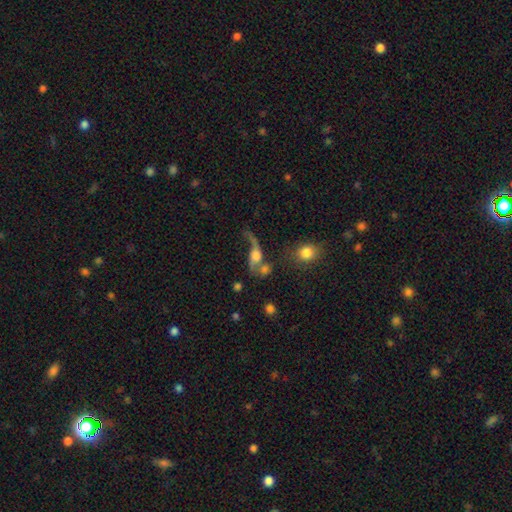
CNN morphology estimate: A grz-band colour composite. It shows a featured or disk galaxy (55%) with no bar (69%), spiral arms (76%) and a large central bulge (32%). Merging: merger (34%).